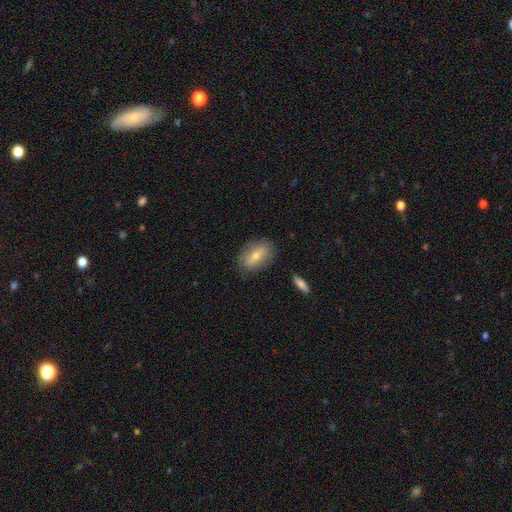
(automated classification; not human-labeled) Overall: smooth (62%; featured or disk 30%). How rounded: in between (86%). Merging: none (83%).